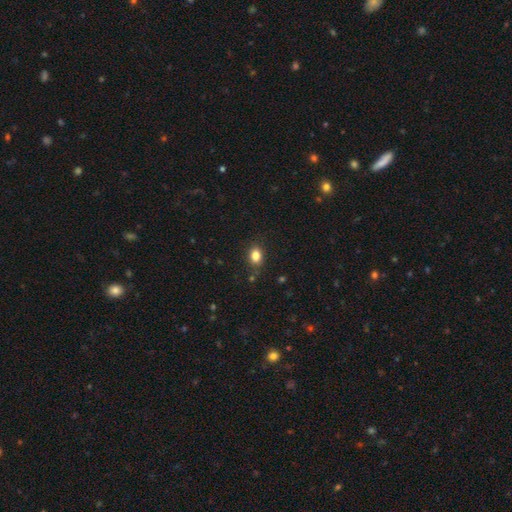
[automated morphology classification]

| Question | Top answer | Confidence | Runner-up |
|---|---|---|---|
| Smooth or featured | smooth | 83% | star or artifact (11%) |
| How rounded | in between | 67% | round (32%) |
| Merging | none | 83% | minor disturbance (12%) |